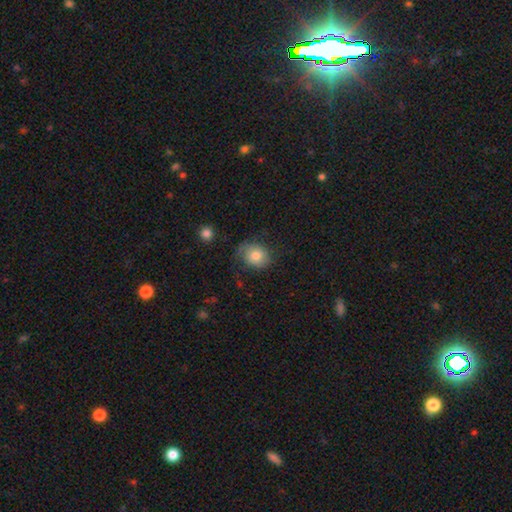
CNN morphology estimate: smooth 73%, featured or disk 19%, star or artifact 8%. Down the decision tree: how rounded — round (56%); merging — none (59%).